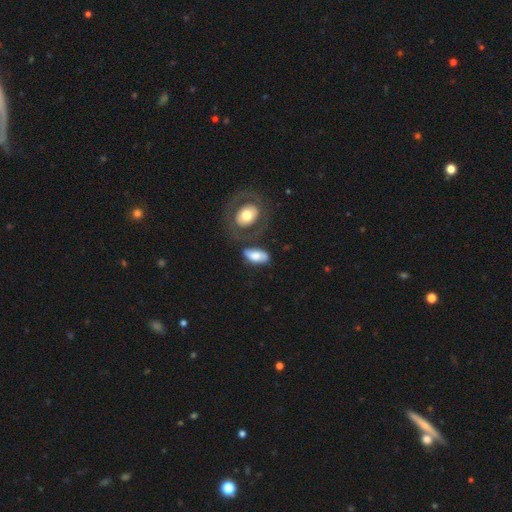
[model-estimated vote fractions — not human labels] The model was most divided on "merging": none: 49%, minor disturbance: 20%, merger: 18%, major disturbance: 13%. More confident: how rounded — in between (90%); smooth or featured — smooth (65%).